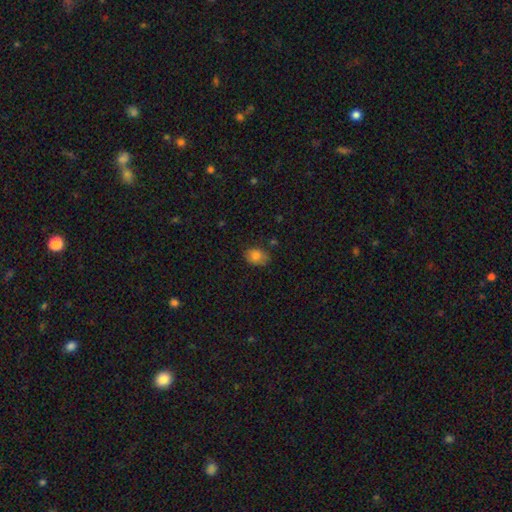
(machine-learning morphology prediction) Q: Smooth or featured?
A: smooth (81%); runner-up: star or artifact (9%)
Q: How rounded?
A: in between (64%); runner-up: round (35%)
Q: Merging?
A: none (73%); runner-up: minor disturbance (21%)